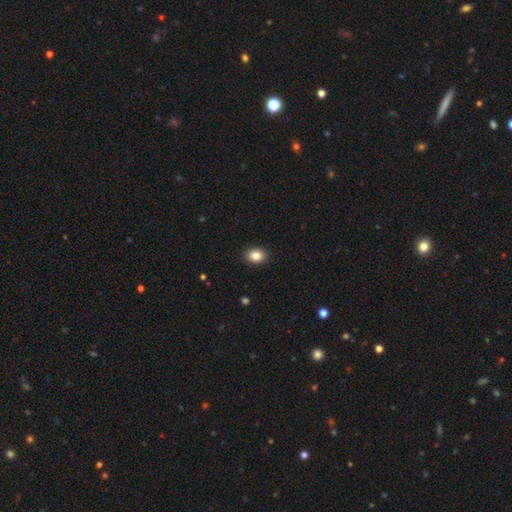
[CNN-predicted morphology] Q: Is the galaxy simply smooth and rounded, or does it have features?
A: smooth — 86%.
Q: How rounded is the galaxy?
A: in between — 54%.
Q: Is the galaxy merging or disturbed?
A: none — 91%.